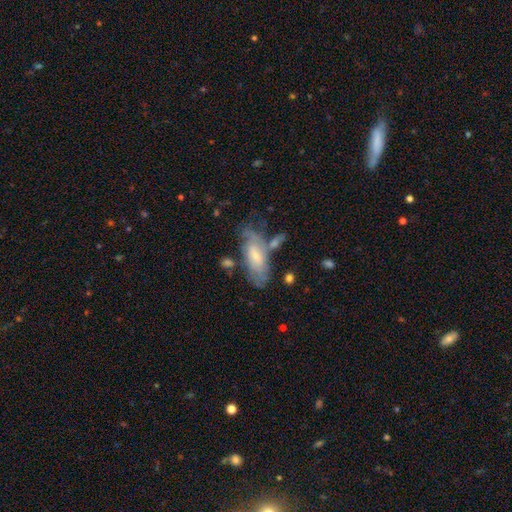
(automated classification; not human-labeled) smooth_or_featured: featured or disk (p=0.50) [alt: smooth p=0.43]
disk_edge_on: no (p=0.85) [alt: yes p=0.15]
merging: none (p=0.50) [alt: minor disturbance p=0.24]